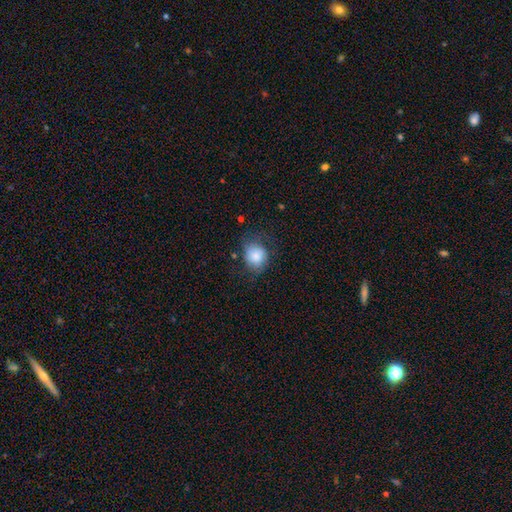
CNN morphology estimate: A smooth galaxy with no disk features (79%) that is round (66%). Merging: none (58%).